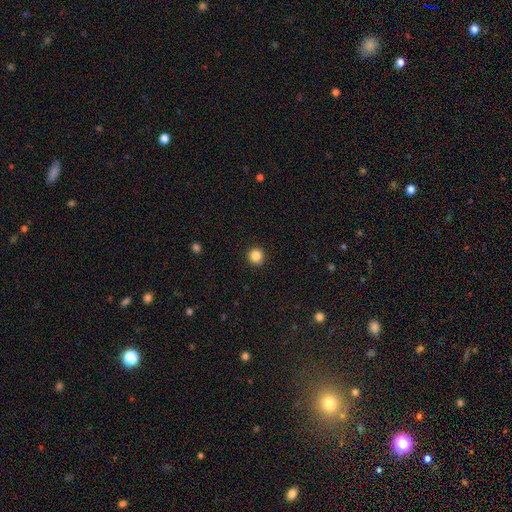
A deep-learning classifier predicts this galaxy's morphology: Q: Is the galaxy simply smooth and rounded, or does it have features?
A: smooth — 86%.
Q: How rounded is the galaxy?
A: round — 95%.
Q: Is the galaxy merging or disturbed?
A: none — 93%.